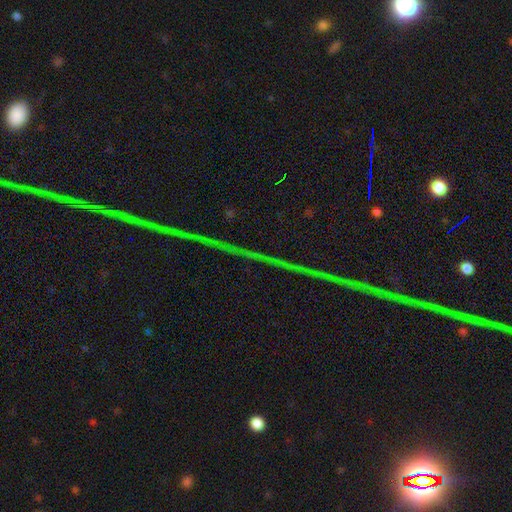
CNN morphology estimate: Smooth or featured? Predicted: star or artifact (p=0.87).